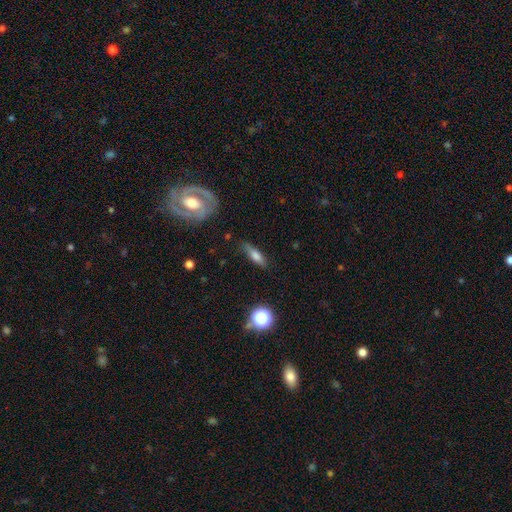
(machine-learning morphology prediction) type=smooth (67%); roundness=cigar-shaped (55%); merging=none (75%).